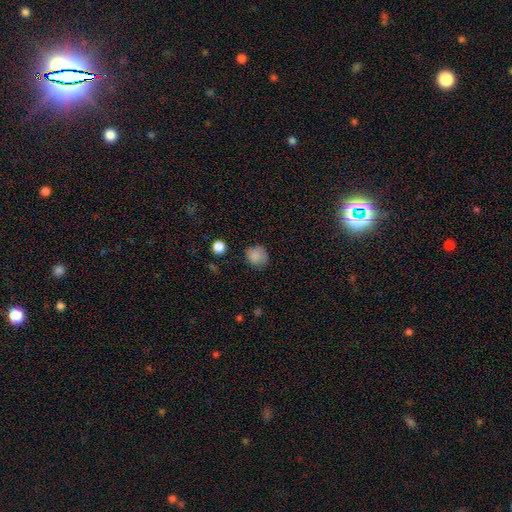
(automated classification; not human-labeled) Overall: smooth (83%). How rounded: round (83%). Merging: none (71%).